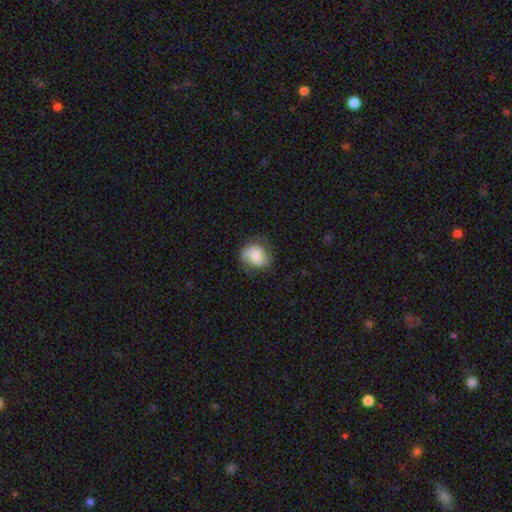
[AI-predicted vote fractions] smooth_or_featured: smooth (p=0.59) [alt: featured or disk p=0.33]
how_rounded: round (p=0.52) [alt: in between p=0.47]
merging: none (p=0.64) [alt: minor disturbance p=0.25]